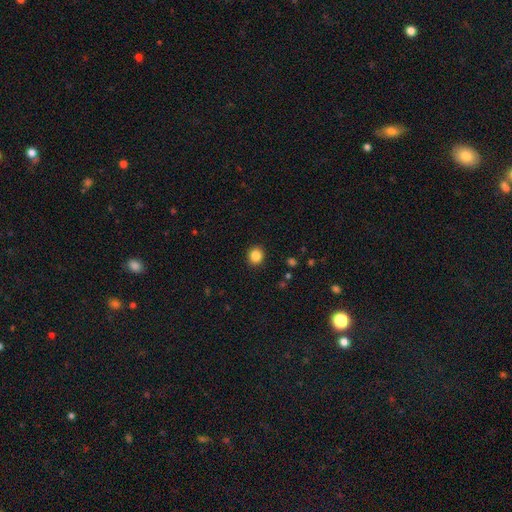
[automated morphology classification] Q: Smooth or featured?
A: smooth (85%); runner-up: star or artifact (11%)
Q: How rounded?
A: round (84%); runner-up: in between (15%)
Q: Merging?
A: none (91%); runner-up: minor disturbance (6%)